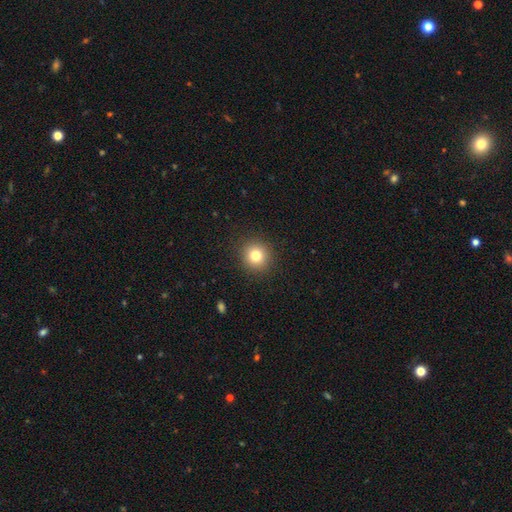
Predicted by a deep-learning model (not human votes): smooth-or-featured: smooth: 79% | star or artifact: 13% | featured or disk: 8%
  how-rounded: round: 93% | in between: 6% | cigar-shaped: 1%
  merging: none: 91% | minor disturbance: 5% | major disturbance: 2% | merger: 1%